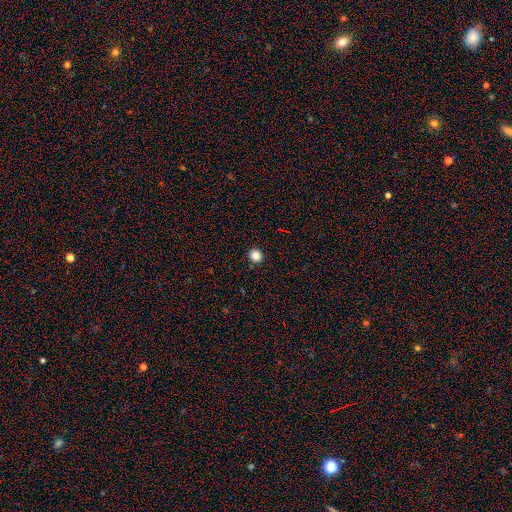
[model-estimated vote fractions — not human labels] smooth_or_featured: smooth (p=0.84) [alt: star or artifact p=0.12]
how_rounded: round (p=0.85) [alt: in between p=0.14]
merging: none (p=0.92) [alt: minor disturbance p=0.06]